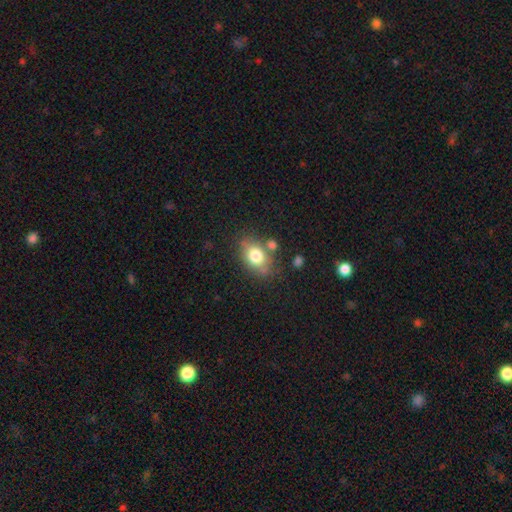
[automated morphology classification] The model was most divided on "merging": none: 66%, minor disturbance: 17%, merger: 11%, major disturbance: 6%. More confident: smooth or featured — smooth (75%); how rounded — in between (74%).